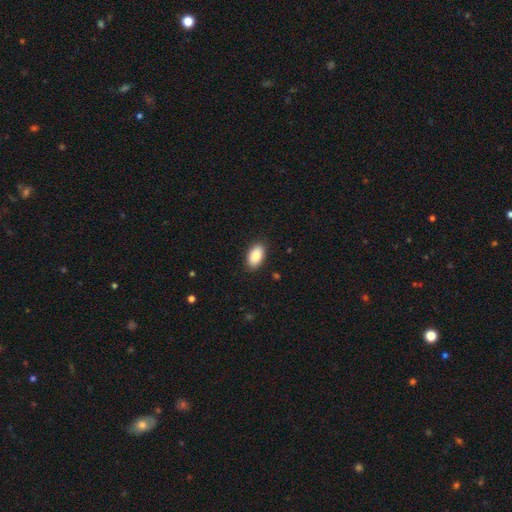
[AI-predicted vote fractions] smooth 88%, star or artifact 6%, featured or disk 5%. Down the decision tree: how rounded — in between (94%); merging — none (89%).